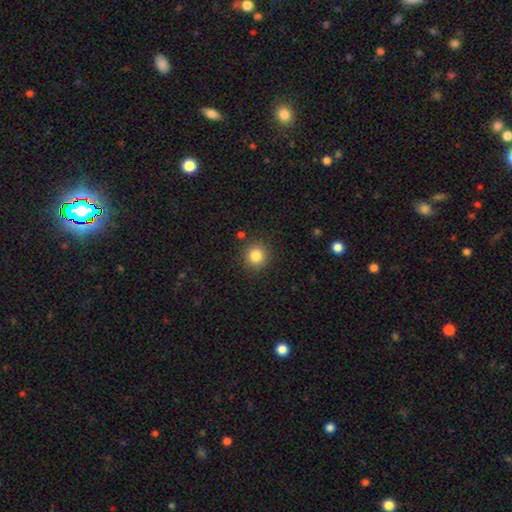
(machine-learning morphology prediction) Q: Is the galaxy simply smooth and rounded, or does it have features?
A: smooth — 84%.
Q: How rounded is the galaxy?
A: round — 89%.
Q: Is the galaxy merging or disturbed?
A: none — 88%.